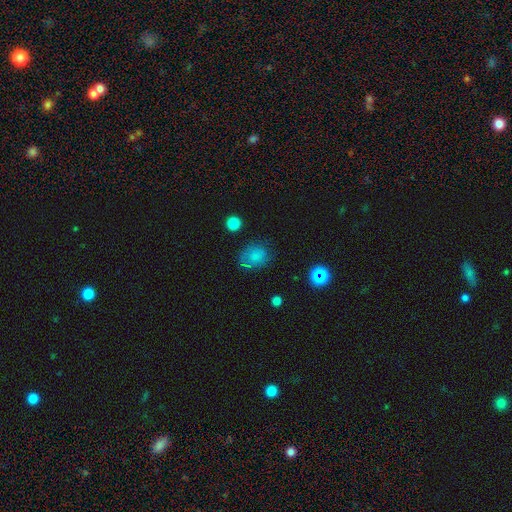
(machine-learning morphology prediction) Smooth or featured? Predicted: smooth (p=0.68). How rounded? Predicted: round (p=0.56). Merging? Predicted: none (p=0.63).